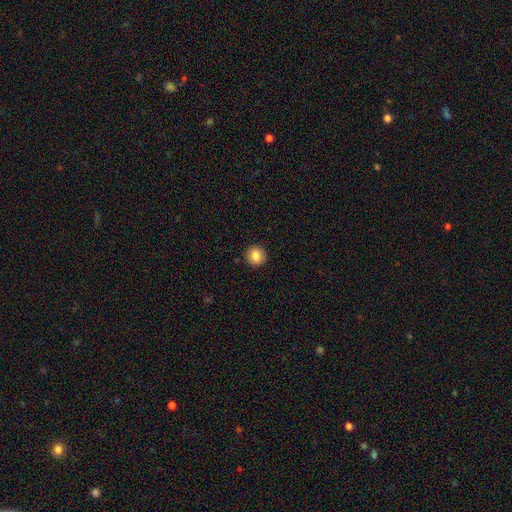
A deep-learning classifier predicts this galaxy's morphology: Q: Smooth or featured?
A: smooth (84%); runner-up: star or artifact (9%)
Q: How rounded?
A: round (91%); runner-up: in between (8%)
Q: Merging?
A: none (92%); runner-up: minor disturbance (5%)